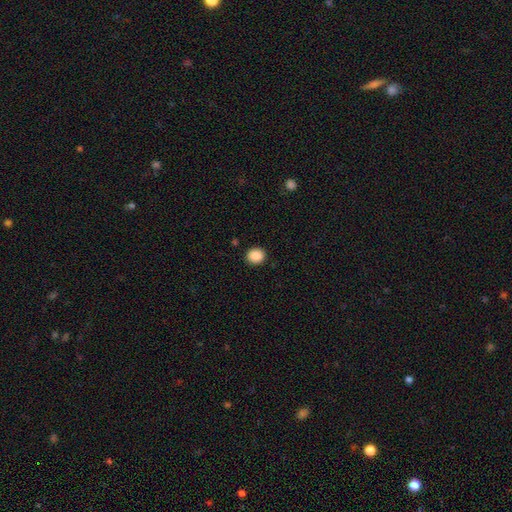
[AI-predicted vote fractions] This is clearly a smooth galaxy (89%). How rounded: likely round (73%). Merging: clearly none (90%).